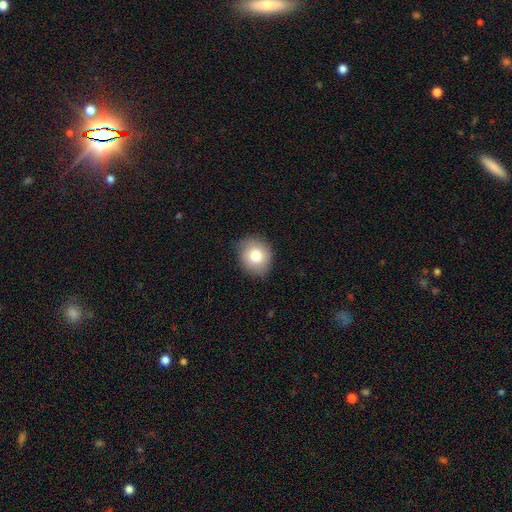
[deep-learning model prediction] Morphology: type=smooth (81%); roundness=round (69%); merging=none (80%).